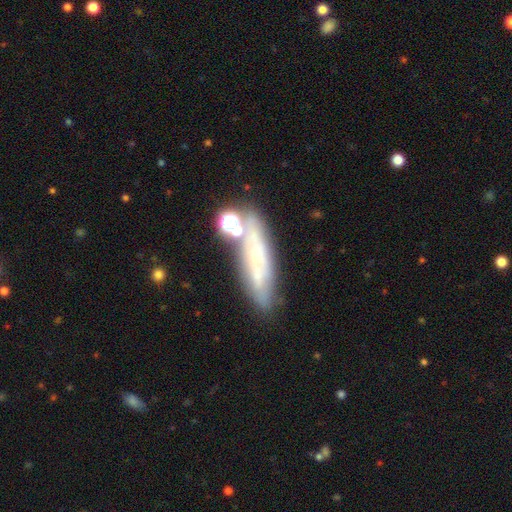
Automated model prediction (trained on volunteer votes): featured or disk 50%, smooth 35%, star or artifact 15%. Down the decision tree: merging — none (61%).